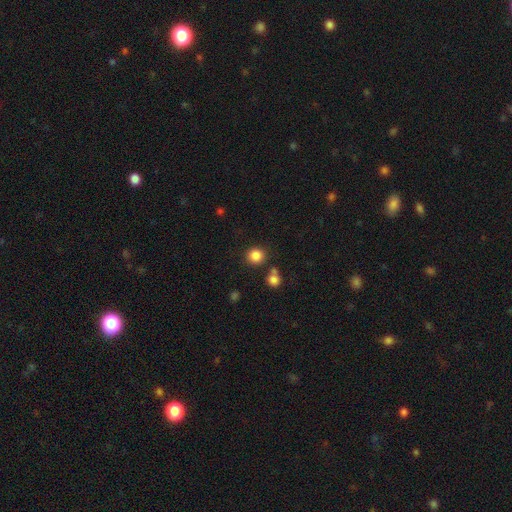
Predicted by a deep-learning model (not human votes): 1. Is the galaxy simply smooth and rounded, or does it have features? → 85% smooth, 11% star or artifact, 4% featured or disk.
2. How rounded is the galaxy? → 90% round, 10% in between, 1% cigar-shaped.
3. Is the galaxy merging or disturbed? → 81% none, 8% merger, 8% minor disturbance, 3% major disturbance.